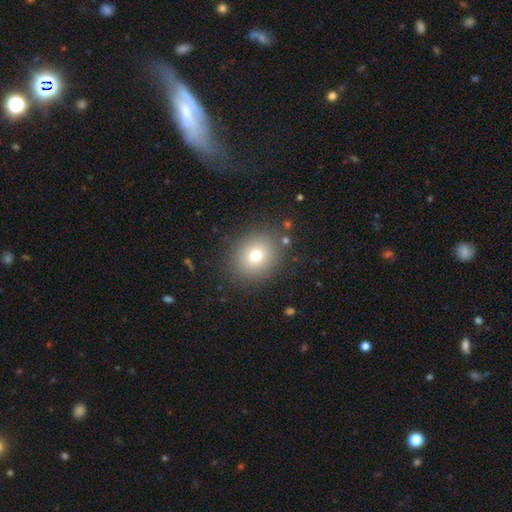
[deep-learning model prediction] A smooth galaxy with no disk features (74%) that is round (76%).

Vote fractions:
- Smooth or featured? smooth: 74% / star or artifact: 14% / featured or disk: 12%
- How rounded? round: 76% / in between: 23% / cigar-shaped: 1%
- Merging? none: 86% / minor disturbance: 8% / major disturbance: 4% / merger: 2%